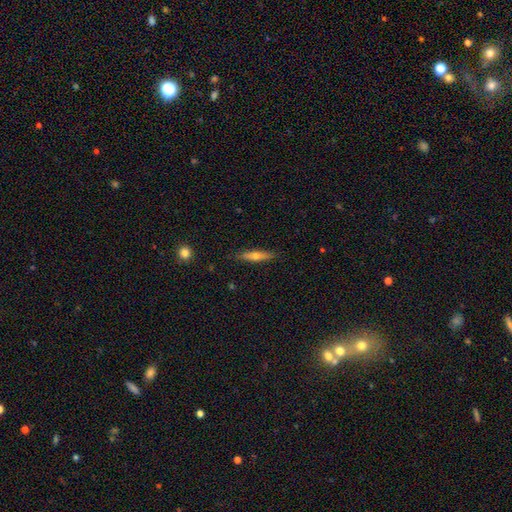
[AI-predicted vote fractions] A featured or disk galaxy (49%). Merging: none (88%).